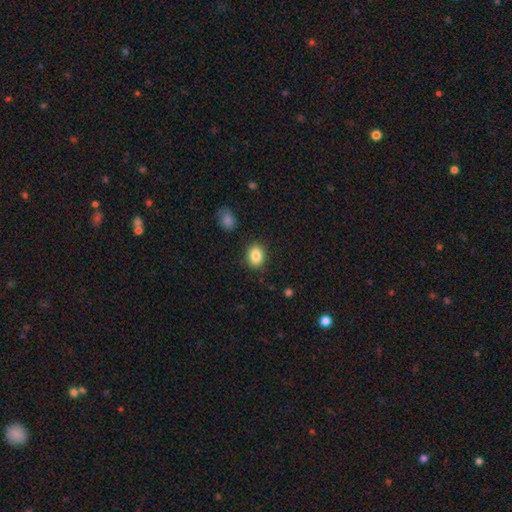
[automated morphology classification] Smooth or featured? smooth (86%)
How rounded? in between (64%)
Merging? none (86%)